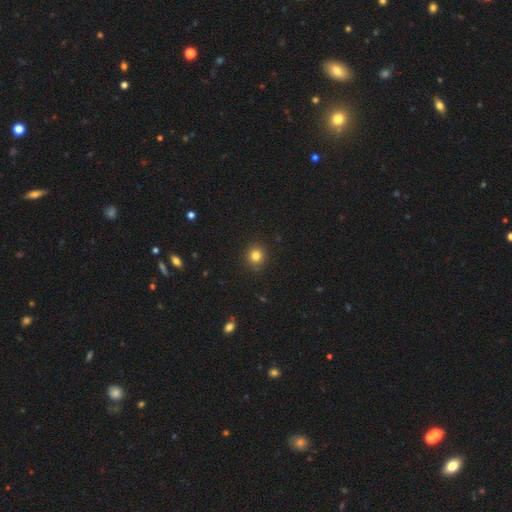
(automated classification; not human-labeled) A smooth galaxy with no disk features (82%) that is round (89%).

Vote fractions:
- Smooth or featured? smooth: 82% / star or artifact: 13% / featured or disk: 5%
- How rounded? round: 89% / in between: 10% / cigar-shaped: 1%
- Merging? none: 90% / minor disturbance: 7% / major disturbance: 2% / merger: 1%